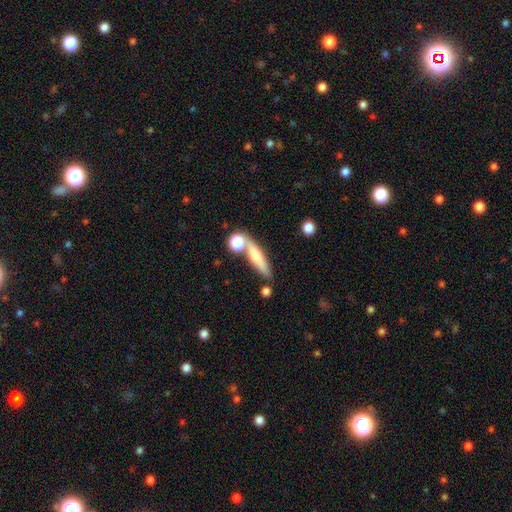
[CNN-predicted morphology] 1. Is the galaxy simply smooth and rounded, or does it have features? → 62% smooth, 30% featured or disk, 8% star or artifact.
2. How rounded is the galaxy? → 77% cigar-shaped, 17% in between, 5% round.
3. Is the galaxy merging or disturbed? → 65% none, 17% merger, 13% minor disturbance, 5% major disturbance.